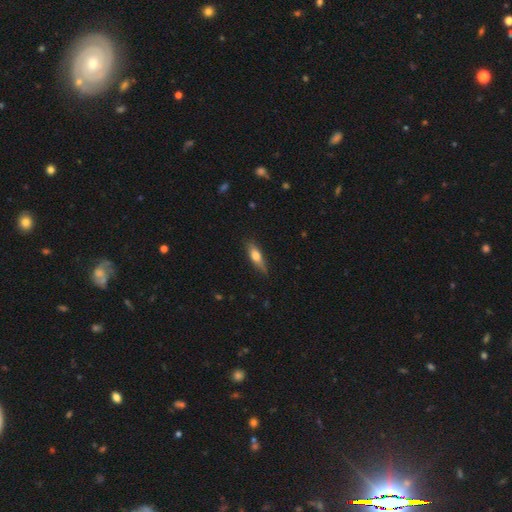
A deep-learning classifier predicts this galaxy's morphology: Smooth or featured?
  - smooth: 61% *
  - featured or disk: 32%
  - star or artifact: 6%
How rounded?
  - cigar-shaped: 57% *
  - in between: 40%
  - round: 3%
Merging?
  - none: 78% *
  - minor disturbance: 17%
  - major disturbance: 3%
  - merger: 1%